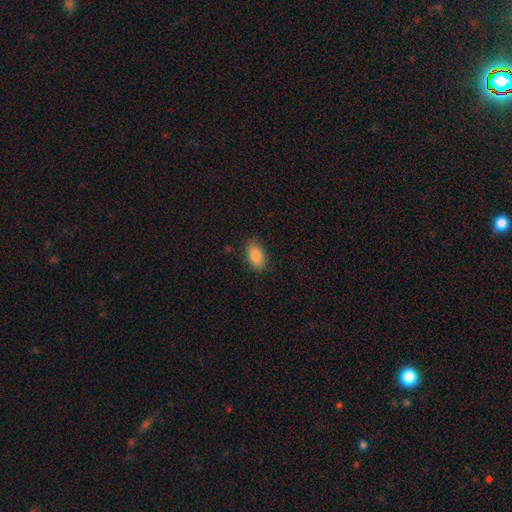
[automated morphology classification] smooth-or-featured: smooth: 88% | star or artifact: 7% | featured or disk: 4%
  how-rounded: in between: 92% | round: 5% | cigar-shaped: 3%
  merging: none: 86% | minor disturbance: 11% | major disturbance: 3% | merger: 1%